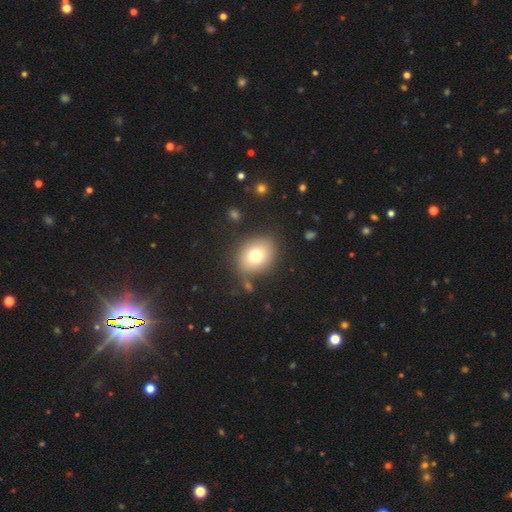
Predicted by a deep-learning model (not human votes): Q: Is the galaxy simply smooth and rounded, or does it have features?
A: smooth — 75%.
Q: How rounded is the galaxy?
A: round — 51%.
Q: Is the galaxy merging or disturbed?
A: none — 78%.